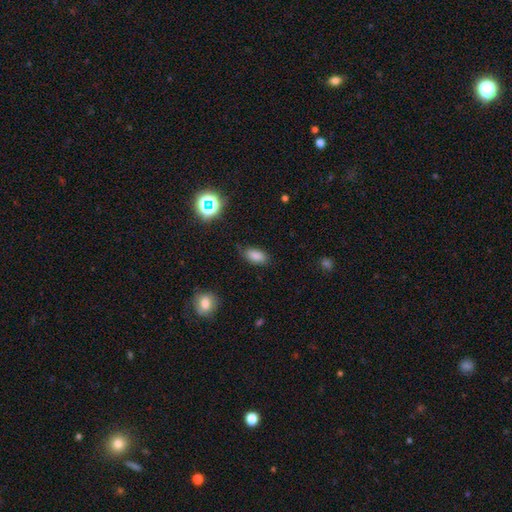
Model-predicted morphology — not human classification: A smooth galaxy with no disk features (82%) that is in between round and cigar-shaped (91%). Merging: none (78%).